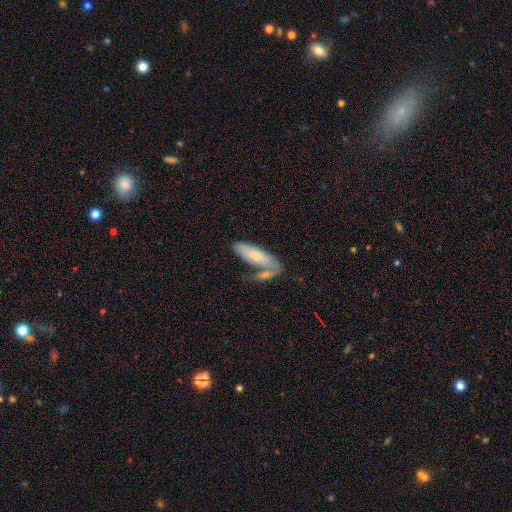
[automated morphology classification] Overall: smooth (65%; featured or disk 30%). How rounded: in between (56%; cigar-shaped 42%). Merging: none (44%; merger 34%).